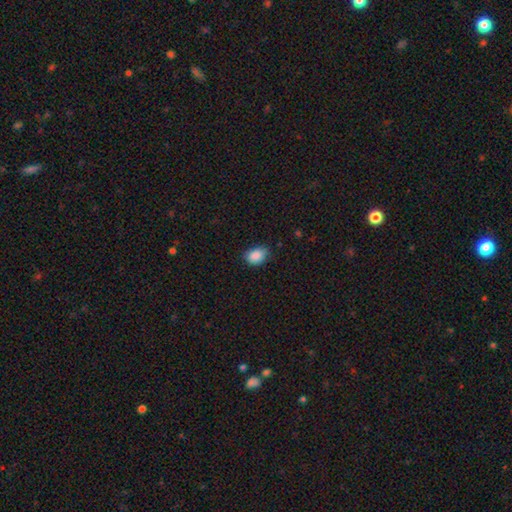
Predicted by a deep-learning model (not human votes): The model was most divided on "merging": none: 70%, minor disturbance: 25%, major disturbance: 4%, merger: 1%. More confident: smooth or featured — smooth (88%); how rounded — in between (77%).